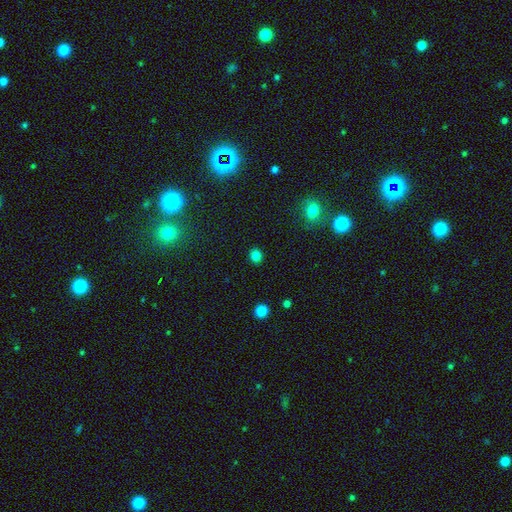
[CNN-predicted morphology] Overall: smooth (82%). How rounded: round (73%). Merging: none (89%).